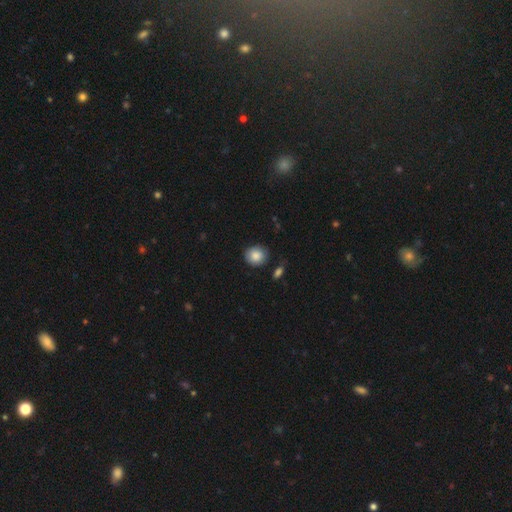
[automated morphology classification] A smooth galaxy with no disk features (87%) that is round (80%).

Vote fractions:
- Smooth or featured? smooth: 87% / star or artifact: 7% / featured or disk: 6%
- How rounded? round: 80% / in between: 19% / cigar-shaped: 1%
- Merging? none: 82% / minor disturbance: 13% / major disturbance: 3% / merger: 2%